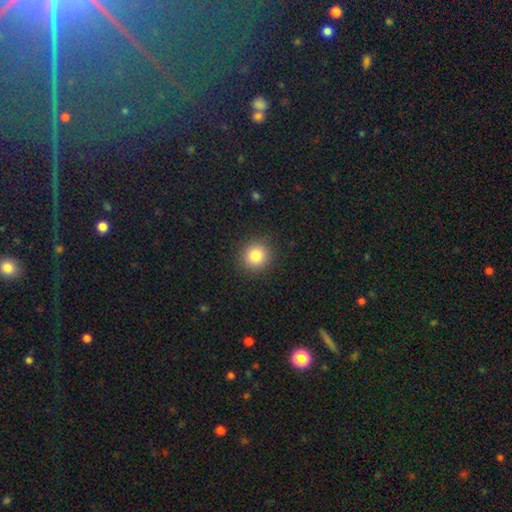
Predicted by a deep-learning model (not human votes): The model was most divided on "smooth or featured": smooth: 83%, star or artifact: 11%, featured or disk: 6%. More confident: how rounded — round (91%); merging — none (90%).